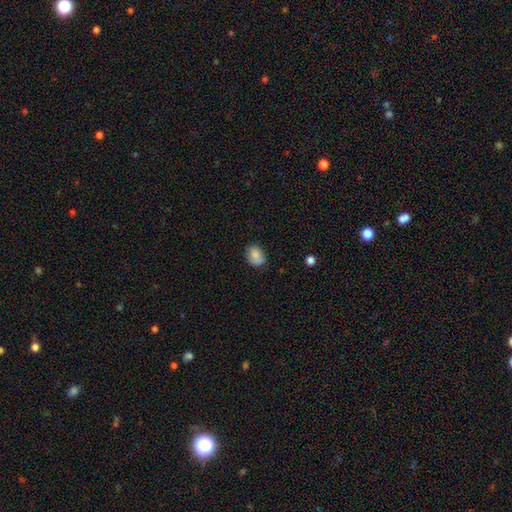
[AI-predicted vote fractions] This appears to be a smooth galaxy with no disk features (83%) that is in between round and cigar-shaped (58%). Merging: none (68%).